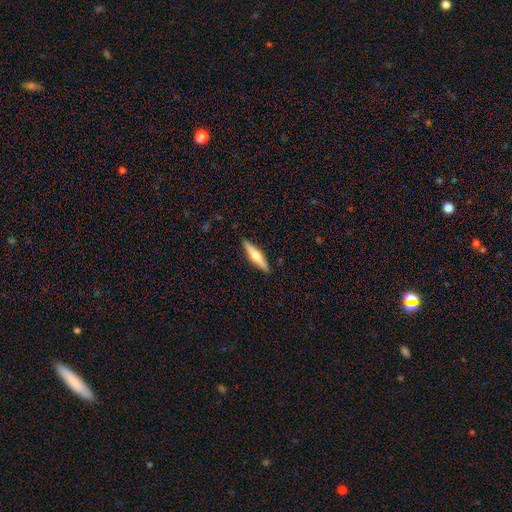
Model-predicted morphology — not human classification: The model was most divided on "smooth or featured": smooth: 48%, featured or disk: 47%, star or artifact: 5%. More confident: merging — none (90%).